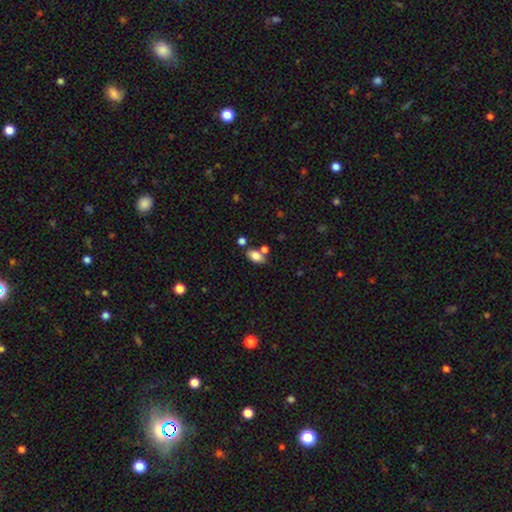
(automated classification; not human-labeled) smooth 82%, featured or disk 9%, star or artifact 9%. Down the decision tree: how rounded — in between (90%); merging — none (61%).